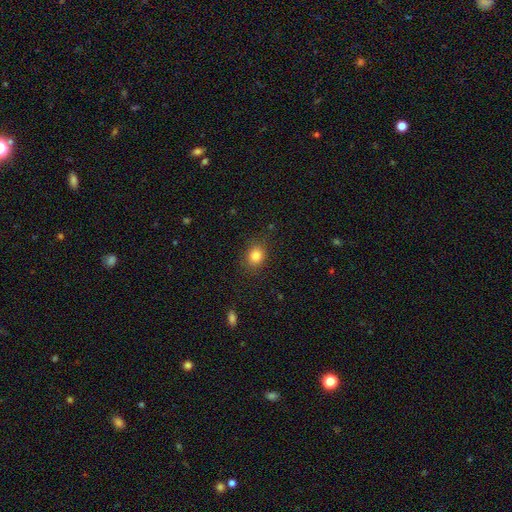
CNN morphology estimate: Overall: smooth (83%). How rounded: round (60%; in between 39%). Merging: none (84%).